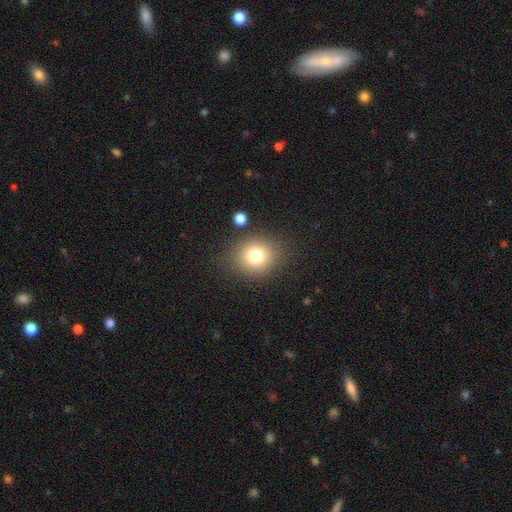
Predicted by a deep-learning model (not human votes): This appears to be a smooth galaxy with no disk features (77%) that is round (77%). Merging: none (83%).